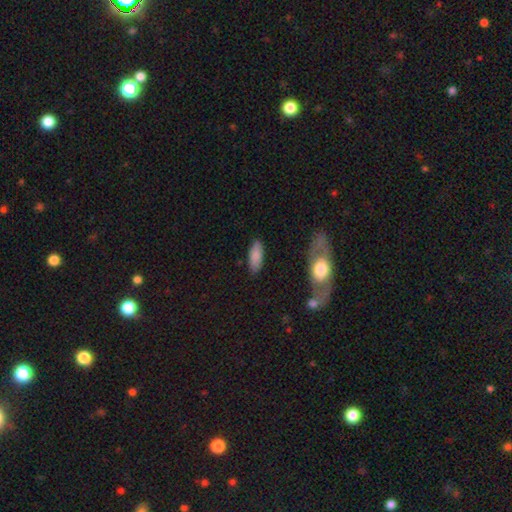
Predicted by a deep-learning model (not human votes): This is clearly a smooth galaxy (84%). How rounded: likely in between (75%). Merging: clearly none (82%).